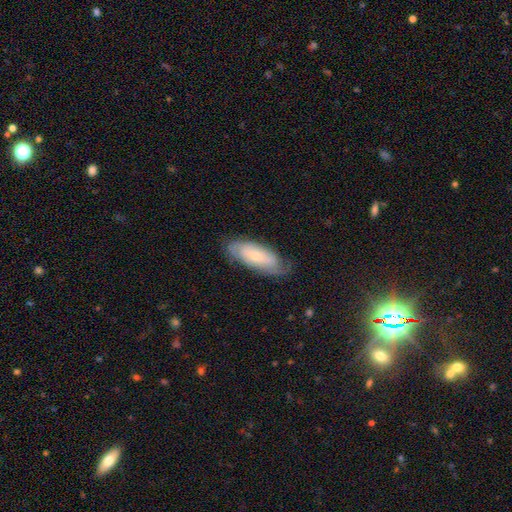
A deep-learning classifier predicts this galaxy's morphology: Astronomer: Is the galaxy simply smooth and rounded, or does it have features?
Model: featured or disk — 56% (runner-up: smooth, 38%).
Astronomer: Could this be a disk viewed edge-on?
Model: no — 84%.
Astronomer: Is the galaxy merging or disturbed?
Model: none — 71%.